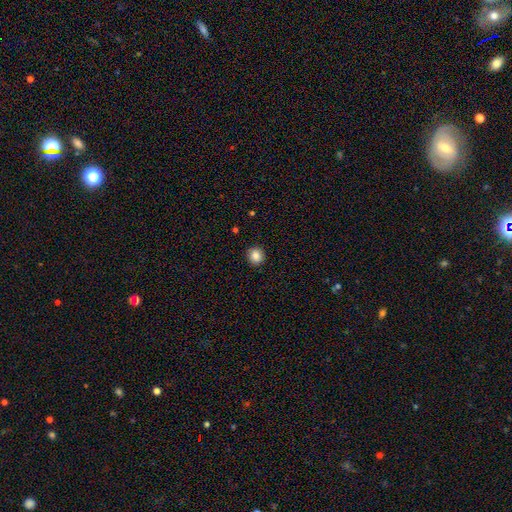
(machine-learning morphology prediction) Smooth or featured: smooth — 85% (star or artifact — 10%)
How rounded: round — 92% (in between — 7%)
Merging: none — 92% (minor disturbance — 5%)